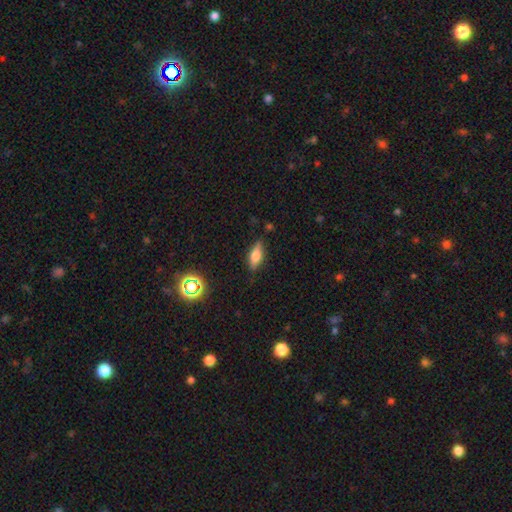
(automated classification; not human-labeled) smooth 56%, featured or disk 35%, star or artifact 10%. Down the decision tree: how rounded — in between (63%); merging — none (82%).